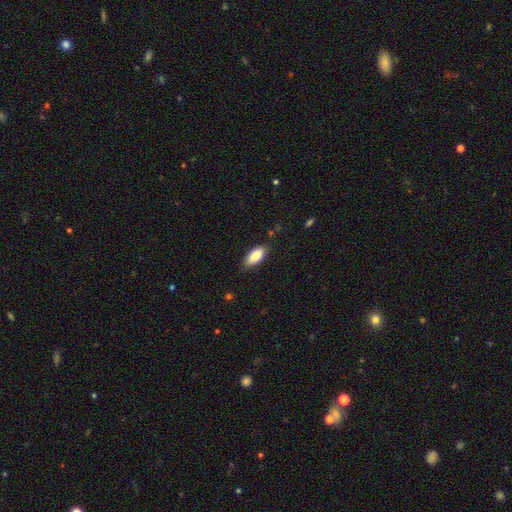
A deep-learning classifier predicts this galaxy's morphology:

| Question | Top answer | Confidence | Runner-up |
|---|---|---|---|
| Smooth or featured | smooth | 84% | featured or disk (9%) |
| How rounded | in between | 85% | cigar-shaped (13%) |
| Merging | none | 83% | minor disturbance (14%) |